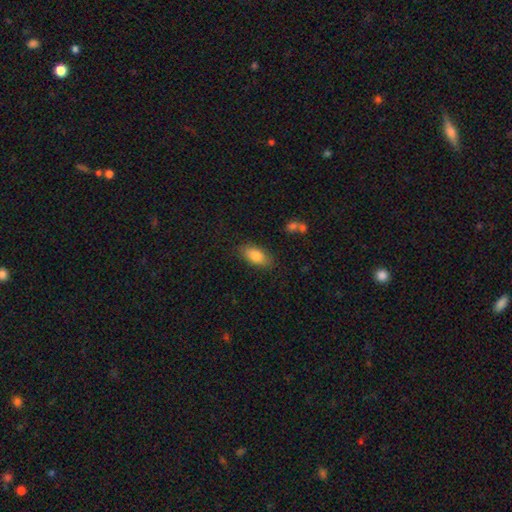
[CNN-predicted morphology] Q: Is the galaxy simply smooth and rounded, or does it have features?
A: smooth — 83%.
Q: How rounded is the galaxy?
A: in between — 89%.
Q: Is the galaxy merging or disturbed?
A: none — 82%.